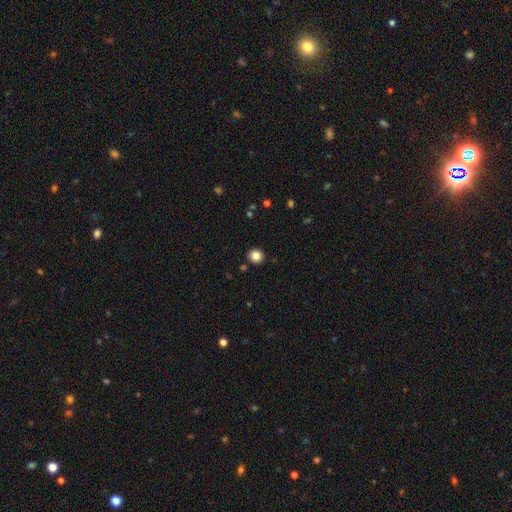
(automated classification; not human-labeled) This appears to be a smooth galaxy with no disk features (84%) that is round (92%). Merging: none (92%).